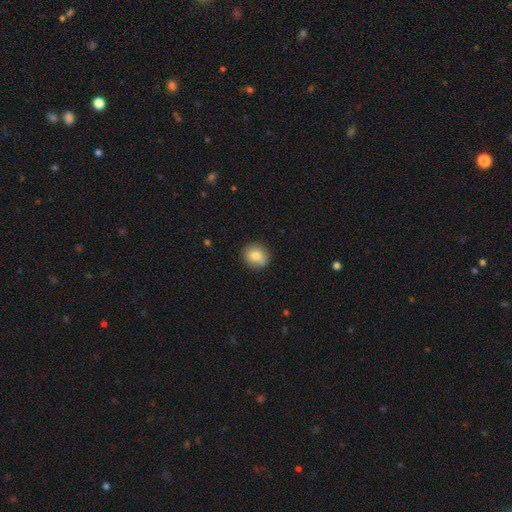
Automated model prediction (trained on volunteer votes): Q: Smooth or featured?
A: smooth (79%); runner-up: featured or disk (12%)
Q: How rounded?
A: round (81%); runner-up: in between (18%)
Q: Merging?
A: none (79%); runner-up: minor disturbance (14%)